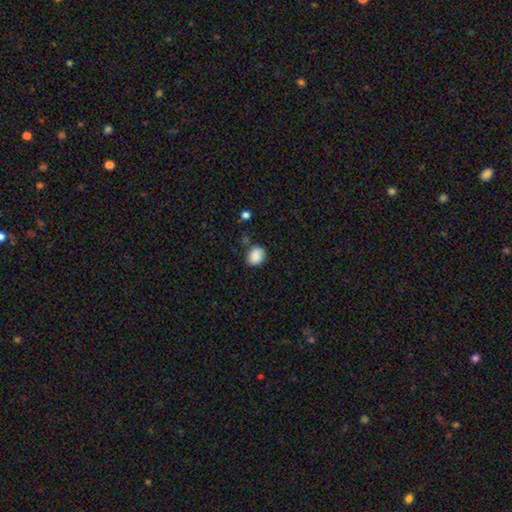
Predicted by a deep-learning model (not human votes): Q: Smooth or featured?
A: smooth (88%); runner-up: star or artifact (8%)
Q: How rounded?
A: in between (54%); runner-up: round (45%)
Q: Merging?
A: none (73%); runner-up: minor disturbance (18%)